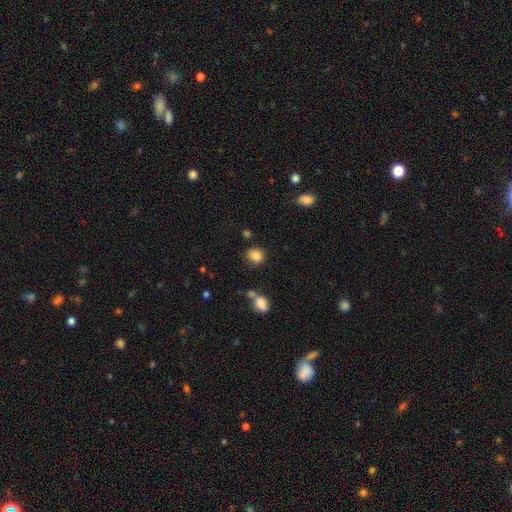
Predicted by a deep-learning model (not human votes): Smooth or featured? smooth (84%)
How rounded? round (65%)
Merging? none (77%)